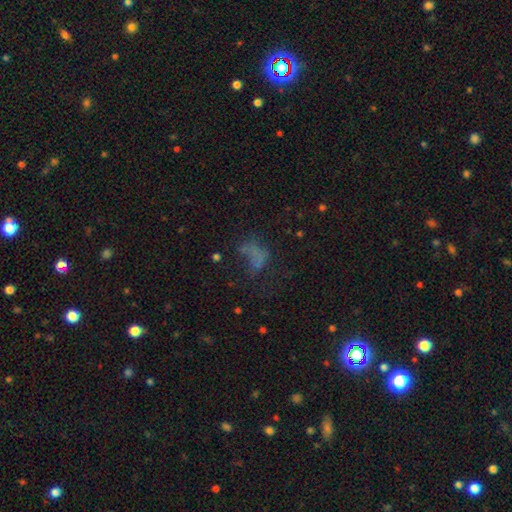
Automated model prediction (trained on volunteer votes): Q: Smooth or featured?
A: smooth (43%); runner-up: featured or disk (30%)
Q: Merging?
A: major disturbance (37%); runner-up: none (35%)